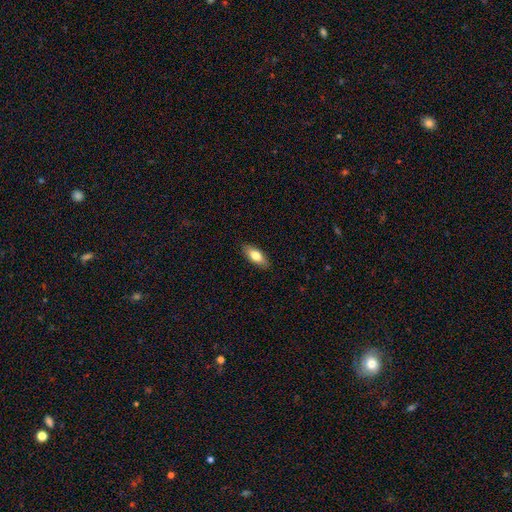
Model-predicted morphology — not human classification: smooth_or_featured: smooth (p=0.76) [alt: featured or disk p=0.17]
how_rounded: in between (p=0.80) [alt: cigar-shaped p=0.18]
merging: none (p=0.88) [alt: minor disturbance p=0.09]